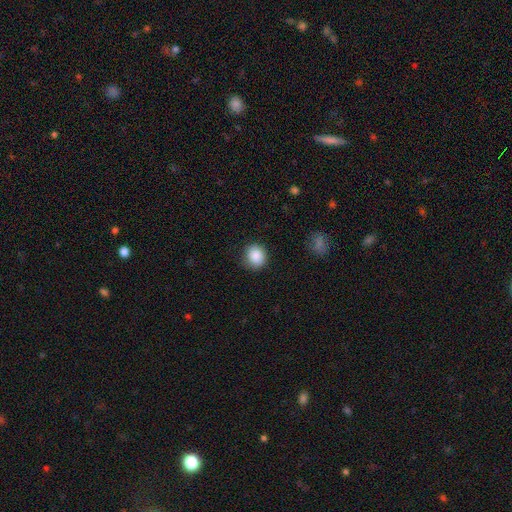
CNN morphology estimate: Smooth or featured: smooth — 87% (star or artifact — 8%)
How rounded: round — 85% (in between — 14%)
Merging: none — 86% (minor disturbance — 10%)